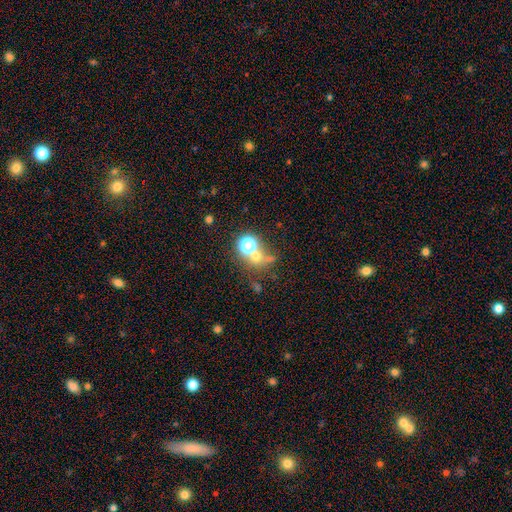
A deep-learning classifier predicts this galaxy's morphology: Smooth or featured?
  - smooth: 54% *
  - star or artifact: 33%
  - featured or disk: 14%
How rounded?
  - round: 82% *
  - in between: 17%
  - cigar-shaped: 1%
Merging?
  - none: 52% *
  - merger: 31%
  - minor disturbance: 9%
  - major disturbance: 7%